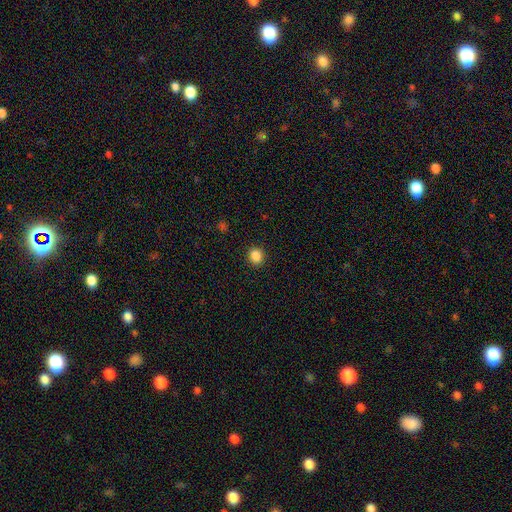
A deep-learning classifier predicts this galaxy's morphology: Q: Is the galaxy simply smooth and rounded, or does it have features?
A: smooth — 86%.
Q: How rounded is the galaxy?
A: round — 80%.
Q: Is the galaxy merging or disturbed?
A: none — 92%.